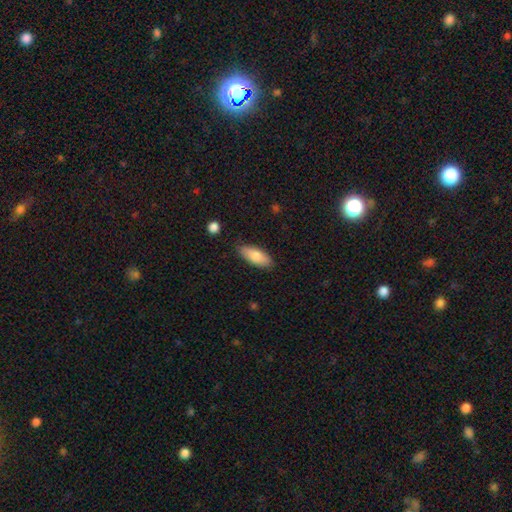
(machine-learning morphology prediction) A smooth galaxy with no disk features (81%) that is in between round and cigar-shaped (82%).

Vote fractions:
- Smooth or featured? smooth: 81% / featured or disk: 13% / star or artifact: 6%
- How rounded? in between: 82% / cigar-shaped: 16% / round: 2%
- Merging? none: 83% / minor disturbance: 13% / major disturbance: 2% / merger: 2%